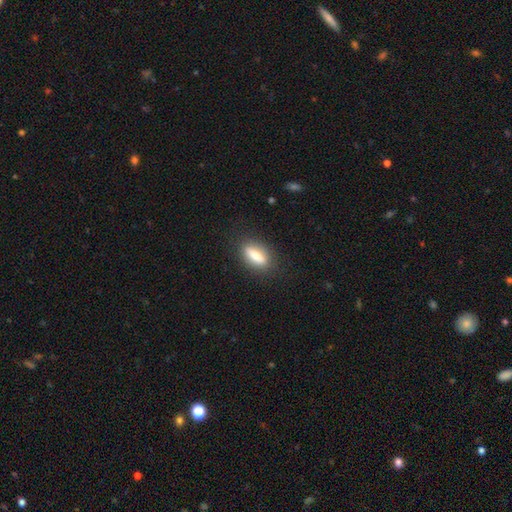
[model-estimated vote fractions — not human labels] smooth_or_featured: smooth (p=0.76) [alt: featured or disk p=0.17]
how_rounded: in between (p=0.64) [alt: cigar-shaped p=0.32]
merging: none (p=0.85) [alt: minor disturbance p=0.10]